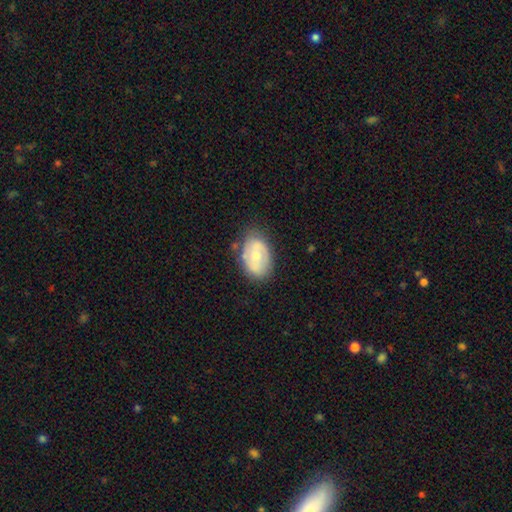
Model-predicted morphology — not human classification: smooth_or_featured: smooth (p=0.52) [alt: featured or disk p=0.41]
how_rounded: in between (p=0.85) [alt: round p=0.14]
merging: none (p=0.68) [alt: minor disturbance p=0.23]